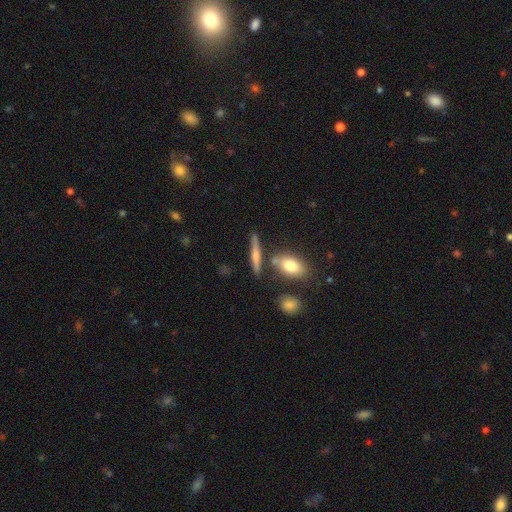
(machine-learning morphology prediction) A smooth galaxy with no disk features (46%). Merging: none (74%).